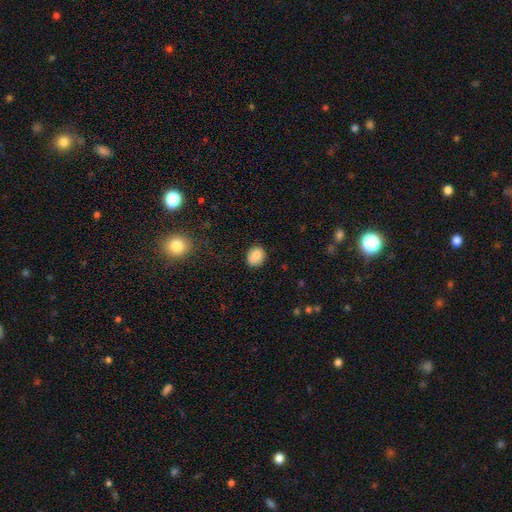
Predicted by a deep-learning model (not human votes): This appears to be a smooth galaxy with no disk features (85%) that is round (61%). Merging: none (83%).